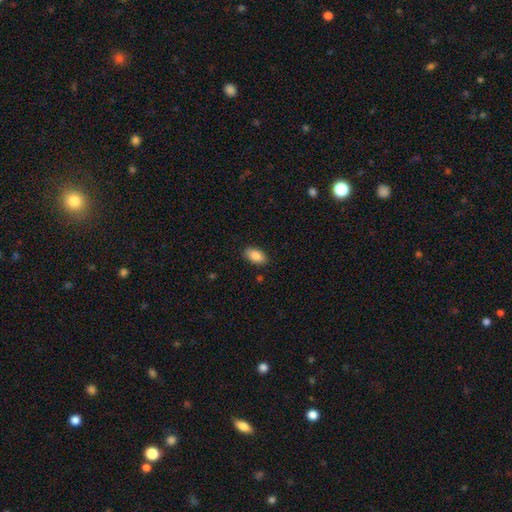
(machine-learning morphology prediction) smooth 87%, star or artifact 7%, featured or disk 6%. Down the decision tree: how rounded — in between (93%); merging — none (88%).